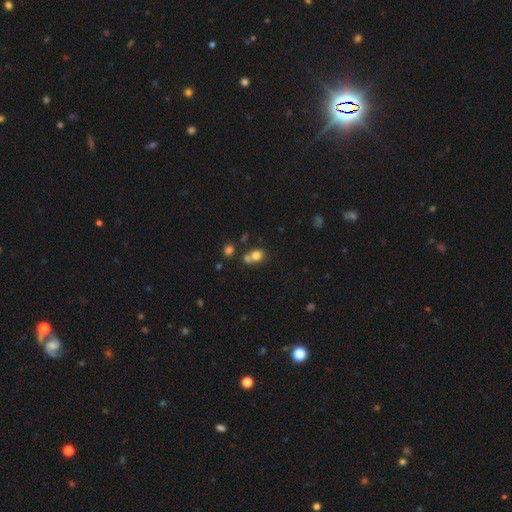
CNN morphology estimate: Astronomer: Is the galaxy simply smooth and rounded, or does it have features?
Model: smooth — 75%.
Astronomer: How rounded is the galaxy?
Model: round — 75%.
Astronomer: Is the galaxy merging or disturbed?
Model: none — 46% (runner-up: merger, 41%).